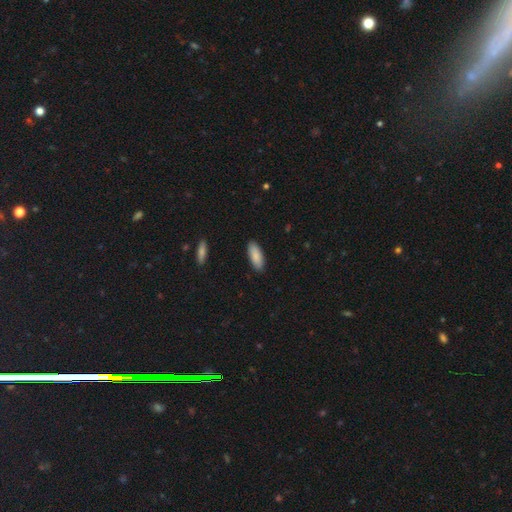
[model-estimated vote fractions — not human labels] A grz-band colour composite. It shows a smooth galaxy with no disk features (88%) that is in between round and cigar-shaped (75%). Merging: none (89%).